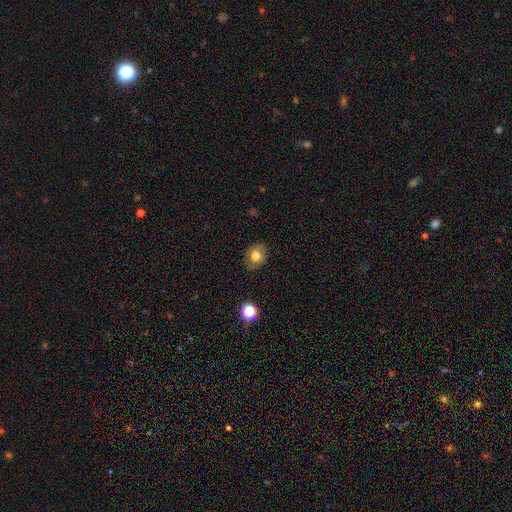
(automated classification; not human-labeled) This appears to be a smooth galaxy with no disk features (74%) that is round (55%). Merging: none (84%).